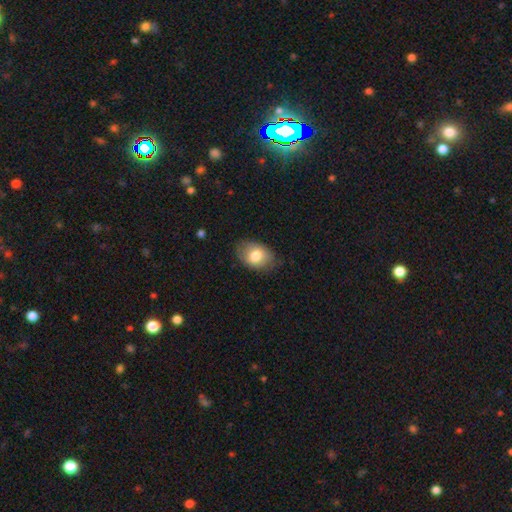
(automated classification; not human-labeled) Morphology: type=smooth (78%); roundness=in between (77%); merging=none (74%).